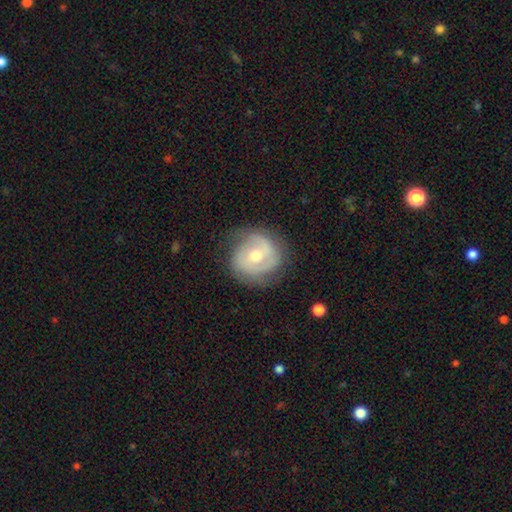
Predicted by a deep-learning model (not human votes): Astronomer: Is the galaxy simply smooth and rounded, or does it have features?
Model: featured or disk — 66%.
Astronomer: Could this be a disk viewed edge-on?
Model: no — 97%.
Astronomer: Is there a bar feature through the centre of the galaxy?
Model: no — 50% (runner-up: weak, 37%).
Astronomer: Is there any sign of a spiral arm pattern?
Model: yes — 77%.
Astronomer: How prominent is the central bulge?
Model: moderate — 69%.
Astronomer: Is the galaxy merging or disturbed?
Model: none — 71%.